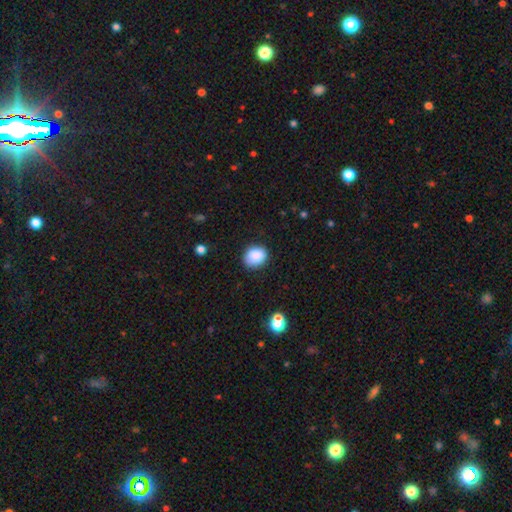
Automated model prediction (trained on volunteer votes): This appears to be a smooth galaxy with no disk features (87%) that is round (56%). Merging: none (82%).